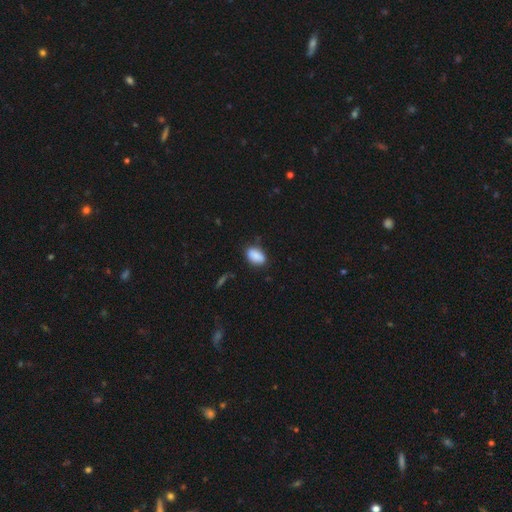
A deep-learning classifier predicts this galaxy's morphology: smooth-or-featured: smooth: 88% | star or artifact: 8% | featured or disk: 5%
  how-rounded: in between: 90% | round: 8% | cigar-shaped: 2%
  merging: none: 78% | minor disturbance: 16% | major disturbance: 3% | merger: 2%